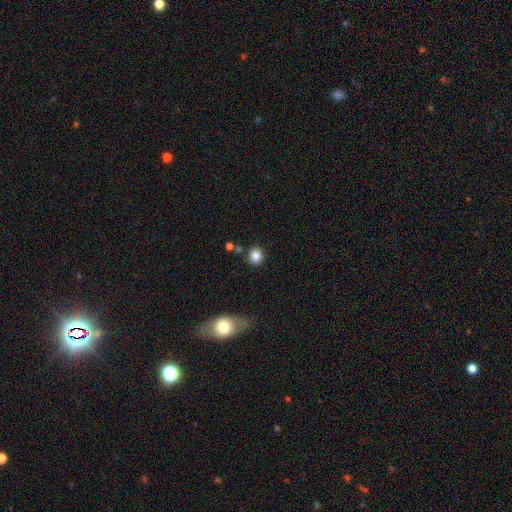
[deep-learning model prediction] Smooth or featured: smooth — 83% (star or artifact — 10%)
How rounded: round — 86% (in between — 13%)
Merging: none — 84% (minor disturbance — 8%)